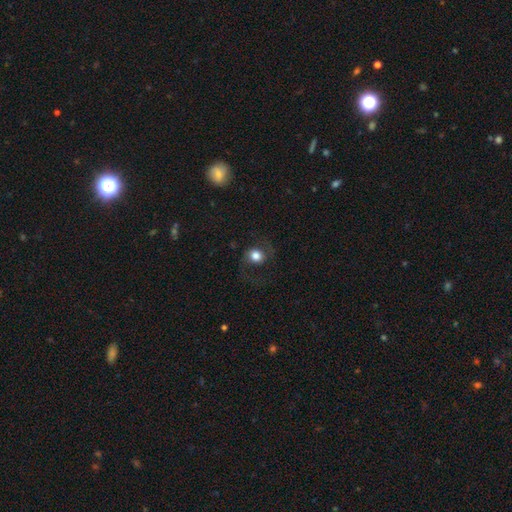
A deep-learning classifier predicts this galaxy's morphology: Q: Smooth or featured?
A: smooth (62%); runner-up: featured or disk (29%)
Q: How rounded?
A: round (71%); runner-up: in between (28%)
Q: Merging?
A: none (67%); runner-up: major disturbance (17%)